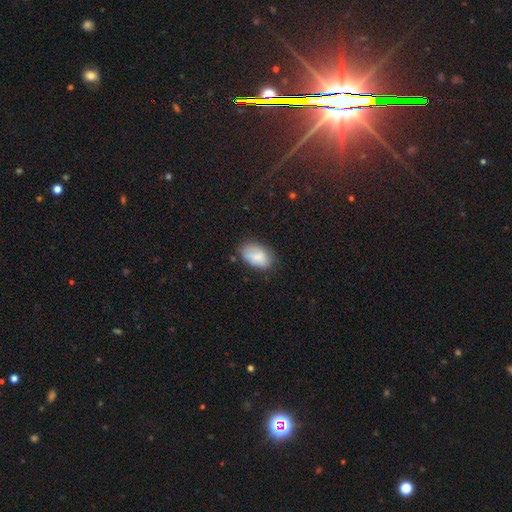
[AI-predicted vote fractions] Q: Smooth or featured?
A: smooth (81%); runner-up: featured or disk (12%)
Q: How rounded?
A: in between (92%); runner-up: round (7%)
Q: Merging?
A: none (68%); runner-up: minor disturbance (25%)